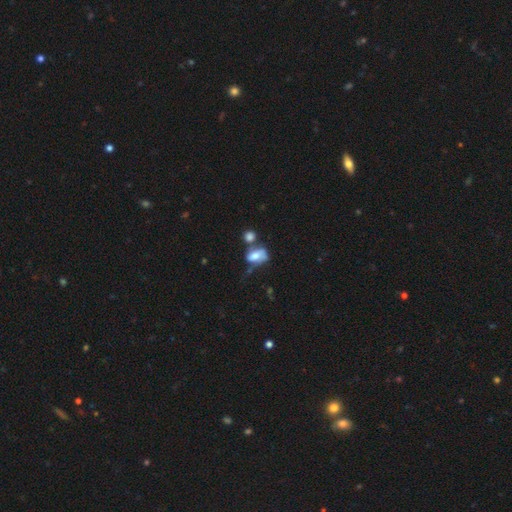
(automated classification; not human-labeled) This is possibly a smooth galaxy (59%). How rounded: likely in between (78%). Merging: marginally merger (37%).